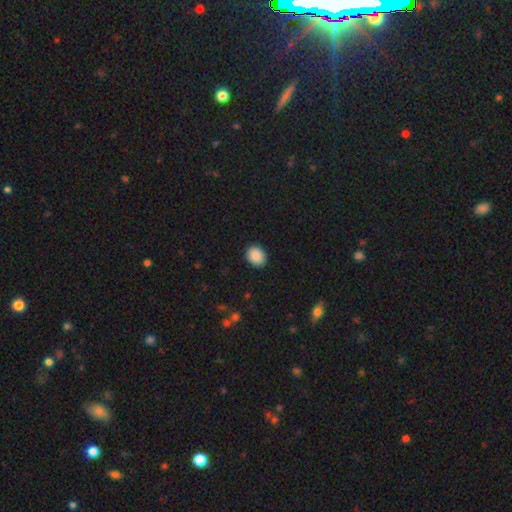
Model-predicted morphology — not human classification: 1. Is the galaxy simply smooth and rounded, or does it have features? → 89% smooth, 8% star or artifact, 3% featured or disk.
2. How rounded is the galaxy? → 51% round, 48% in between, 1% cigar-shaped.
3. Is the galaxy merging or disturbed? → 89% none, 8% minor disturbance, 2% major disturbance, 1% merger.